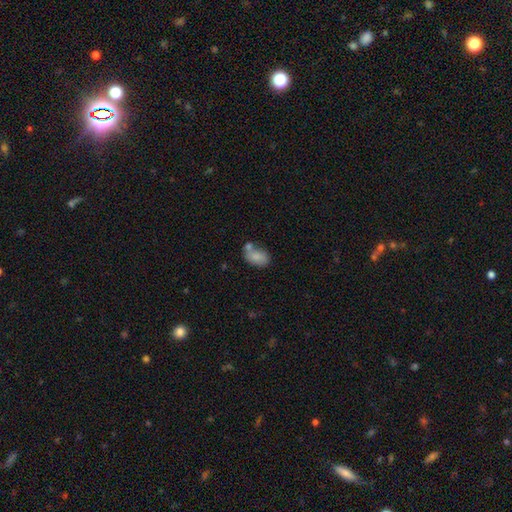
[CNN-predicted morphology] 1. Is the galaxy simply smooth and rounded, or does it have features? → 78% smooth, 14% featured or disk, 8% star or artifact.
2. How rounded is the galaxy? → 87% in between, 11% round, 2% cigar-shaped.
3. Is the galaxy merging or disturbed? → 39% none, 35% merger, 19% minor disturbance, 8% major disturbance.